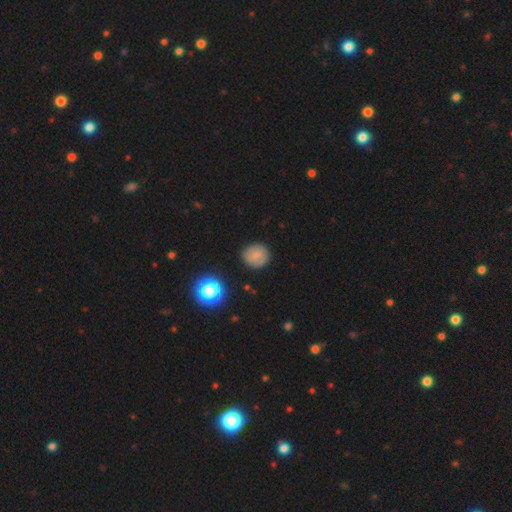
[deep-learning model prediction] Smooth or featured? smooth (68%)
How rounded? round (90%)
Merging? none (85%)